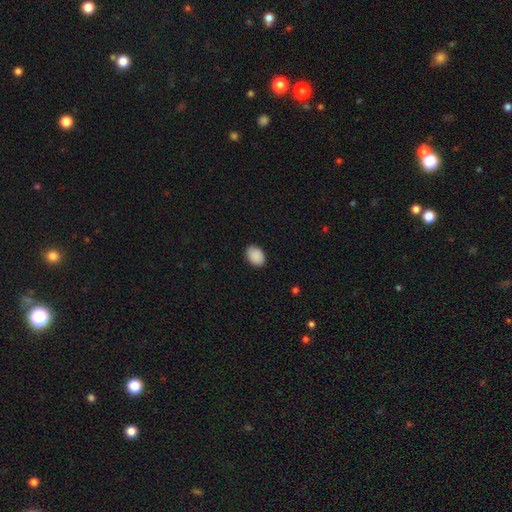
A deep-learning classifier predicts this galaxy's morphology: smooth 90%, star or artifact 7%, featured or disk 3%. Down the decision tree: how rounded — in between (80%); merging — none (87%).